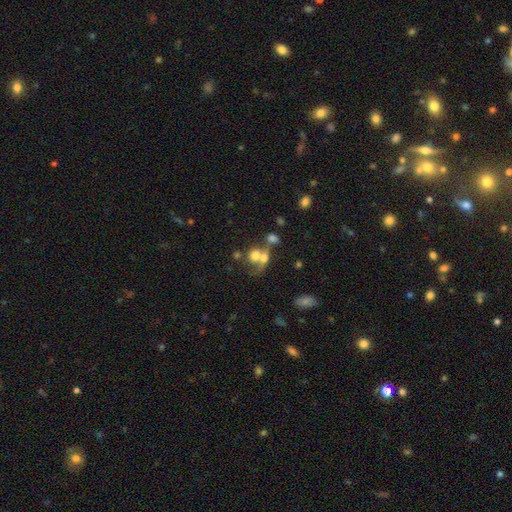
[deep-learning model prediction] Morphology: type=smooth (62%); roundness=round (65%); merging=merger (59%).